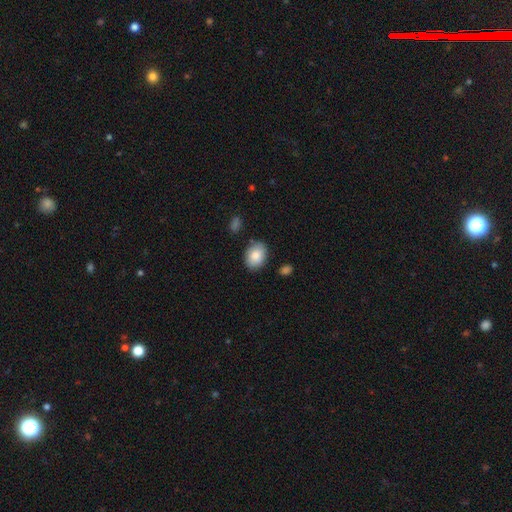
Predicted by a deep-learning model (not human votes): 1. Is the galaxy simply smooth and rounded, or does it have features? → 84% smooth, 9% featured or disk, 7% star or artifact.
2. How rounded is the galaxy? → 71% in between, 28% round, 1% cigar-shaped.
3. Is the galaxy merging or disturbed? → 81% none, 14% minor disturbance, 3% major disturbance, 3% merger.